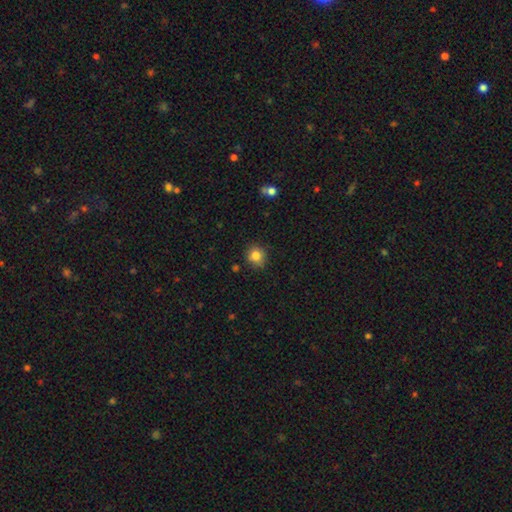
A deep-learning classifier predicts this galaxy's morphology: Q: Smooth or featured?
A: smooth (82%); runner-up: star or artifact (11%)
Q: How rounded?
A: round (87%); runner-up: in between (12%)
Q: Merging?
A: none (84%); runner-up: minor disturbance (12%)